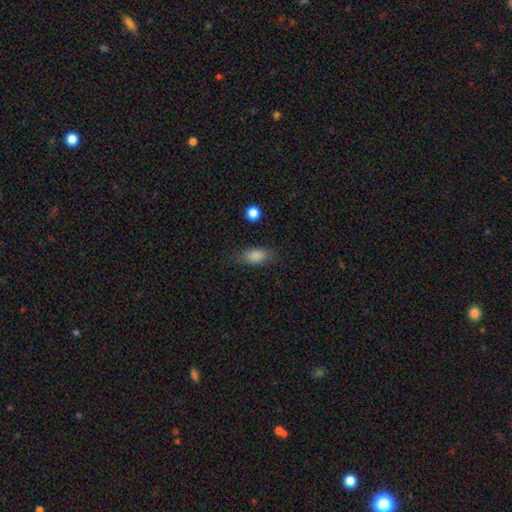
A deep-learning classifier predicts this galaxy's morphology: smooth 85%, star or artifact 8%, featured or disk 7%. Down the decision tree: how rounded — in between (84%); merging — none (76%).